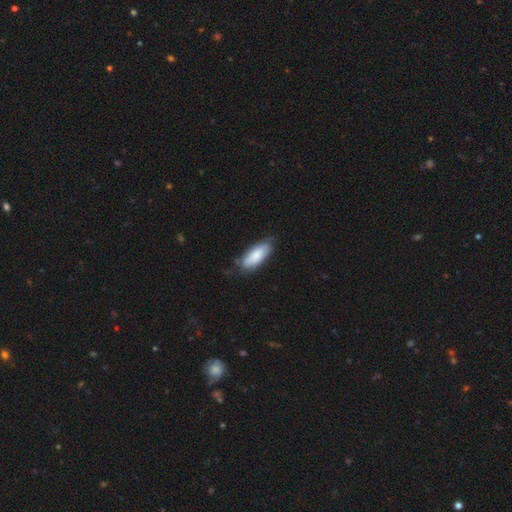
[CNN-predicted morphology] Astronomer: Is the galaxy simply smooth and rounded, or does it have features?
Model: smooth — 79%.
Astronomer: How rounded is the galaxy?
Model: in between — 74%.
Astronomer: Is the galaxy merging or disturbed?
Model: none — 66%.